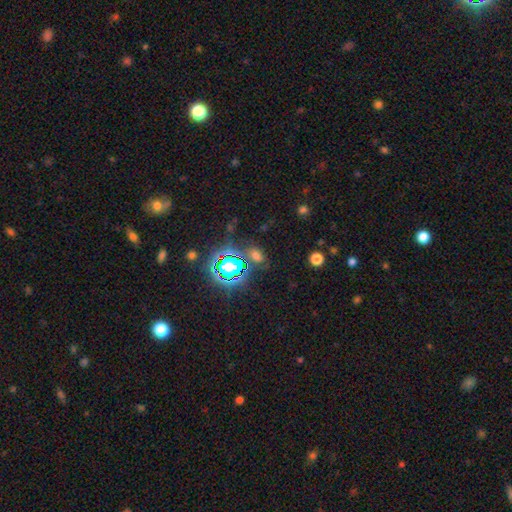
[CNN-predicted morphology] This is possibly a smooth galaxy (45%, tied with star or artifact). Merging: likely none (73%).